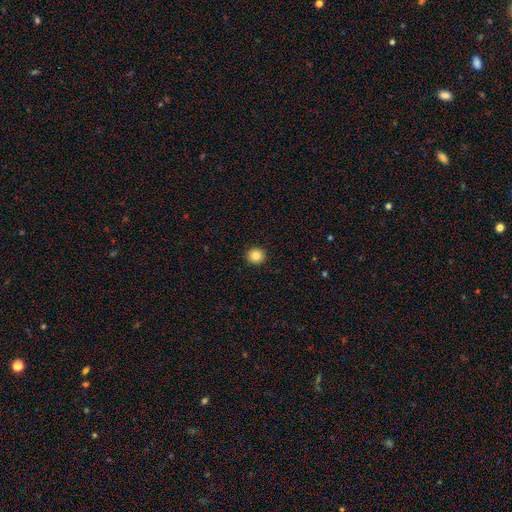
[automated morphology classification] smooth-or-featured: smooth: 84% | star or artifact: 10% | featured or disk: 6%
  how-rounded: round: 92% | in between: 7% | cigar-shaped: 1%
  merging: none: 93% | minor disturbance: 5% | major disturbance: 2% | merger: 1%